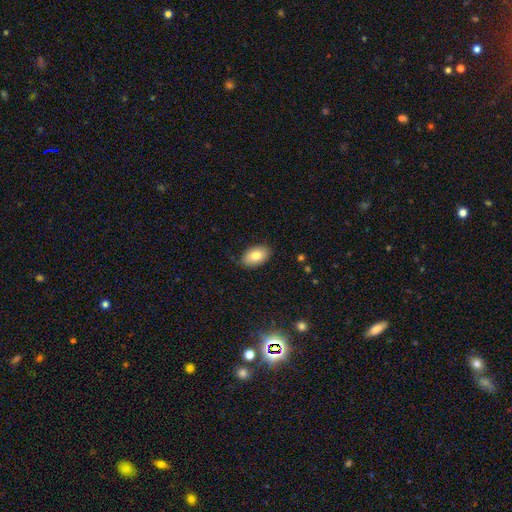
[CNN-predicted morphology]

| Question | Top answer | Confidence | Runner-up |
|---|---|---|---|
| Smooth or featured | smooth | 79% | featured or disk (14%) |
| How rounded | in between | 91% | round (8%) |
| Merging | none | 84% | minor disturbance (12%) |